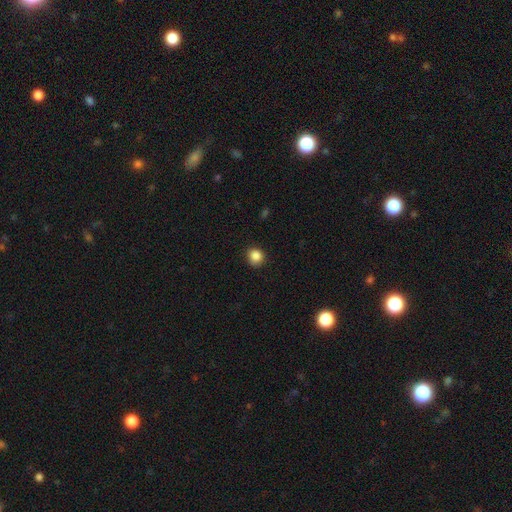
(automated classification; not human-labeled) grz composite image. It shows a smooth galaxy with no disk features (86%) that is round (85%). Merging: none (85%).